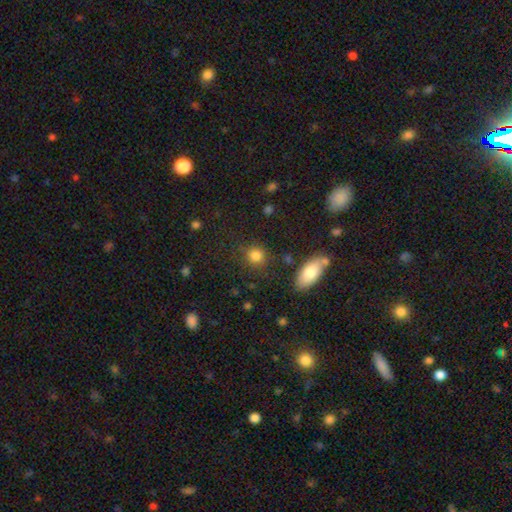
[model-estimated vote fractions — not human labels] This is clearly a smooth galaxy (84%). How rounded: clearly round (84%). Merging: clearly none (82%).